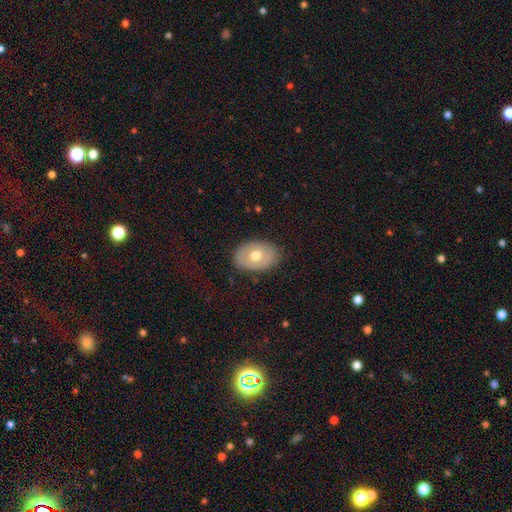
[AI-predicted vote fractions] Smooth or featured?
  - smooth: 52% *
  - featured or disk: 41%
  - star or artifact: 7%
How rounded?
  - in between: 78% *
  - round: 21%
  - cigar-shaped: 1%
Merging?
  - none: 82% *
  - minor disturbance: 13%
  - major disturbance: 4%
  - merger: 1%